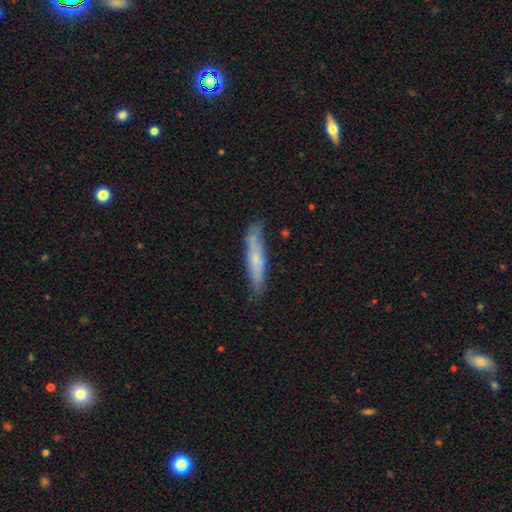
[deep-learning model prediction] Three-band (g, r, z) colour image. It shows a smooth galaxy with no disk features (56%) that is cigar-shaped (87%). Merging: none (78%).